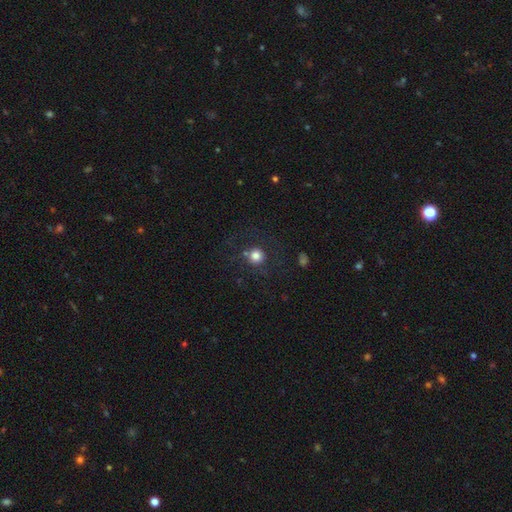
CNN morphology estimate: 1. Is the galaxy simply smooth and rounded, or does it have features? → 78% smooth, 13% star or artifact, 9% featured or disk.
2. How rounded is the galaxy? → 92% round, 7% in between, 1% cigar-shaped.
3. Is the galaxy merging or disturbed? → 74% none, 12% minor disturbance, 8% major disturbance, 7% merger.